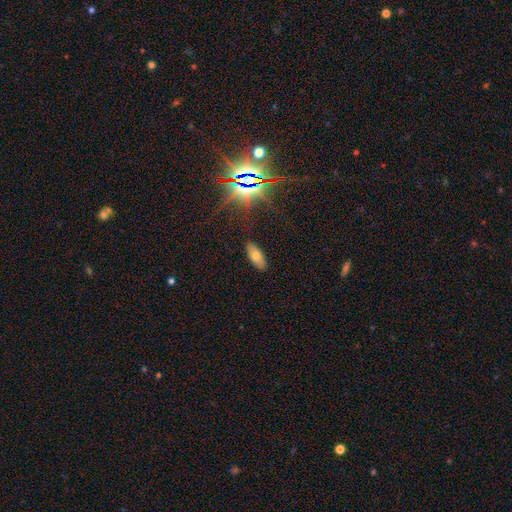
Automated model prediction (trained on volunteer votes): Smooth or featured? smooth (51%)
How rounded? in between (81%)
Merging? none (85%)